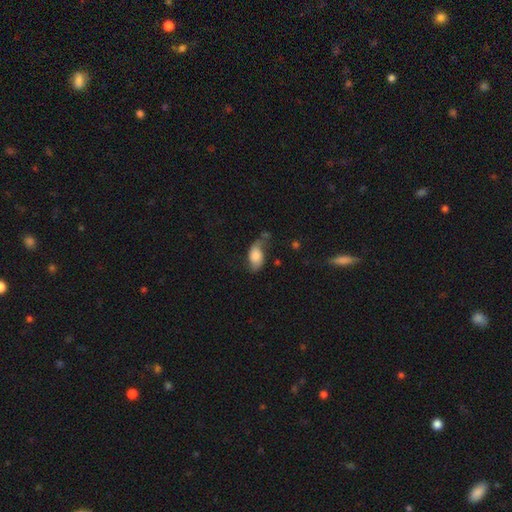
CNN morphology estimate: This is likely a smooth galaxy (63%). How rounded: clearly in between (91%). Merging: marginally none (43%).